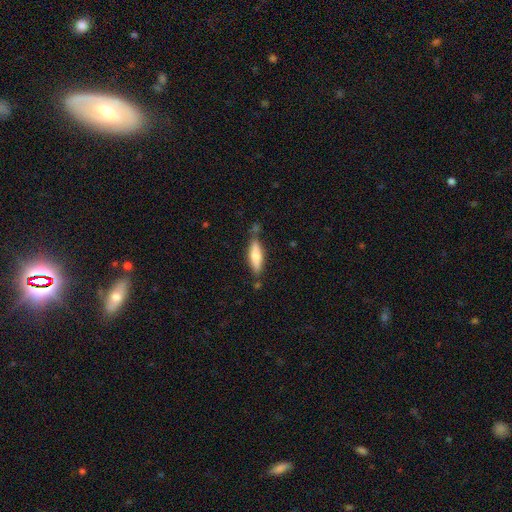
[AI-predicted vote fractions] smooth 68%, featured or disk 26%, star or artifact 6%. Down the decision tree: how rounded — cigar-shaped (63%); merging — none (70%).